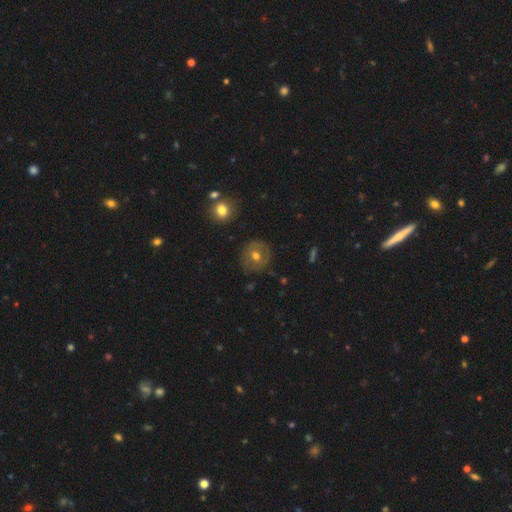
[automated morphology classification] Overall: smooth (53%; featured or disk 38%). How rounded: round (89%). Merging: none (85%).